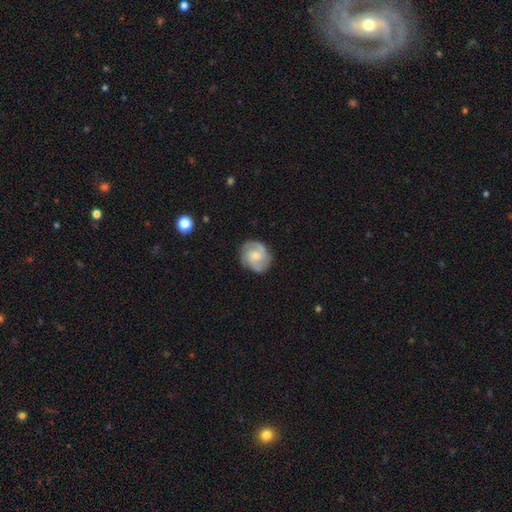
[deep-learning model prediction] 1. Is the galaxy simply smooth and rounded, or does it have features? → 67% featured or disk, 27% smooth, 6% star or artifact.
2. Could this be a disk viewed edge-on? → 98% no, 2% yes.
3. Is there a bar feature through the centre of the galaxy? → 62% no, 33% weak, 5% strong.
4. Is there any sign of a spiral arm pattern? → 94% yes, 6% no.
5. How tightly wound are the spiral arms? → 47% medium, 36% tight, 17% loose.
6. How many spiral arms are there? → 44% 2, 31% 3, 13% can't tell, 4% 4, 4% 1, 3% more than 4.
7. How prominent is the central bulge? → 44% small, 43% moderate, 7% none, 4% large, 1% dominant.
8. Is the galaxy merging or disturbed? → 79% none, 15% minor disturbance, 5% major disturbance, 1% merger.